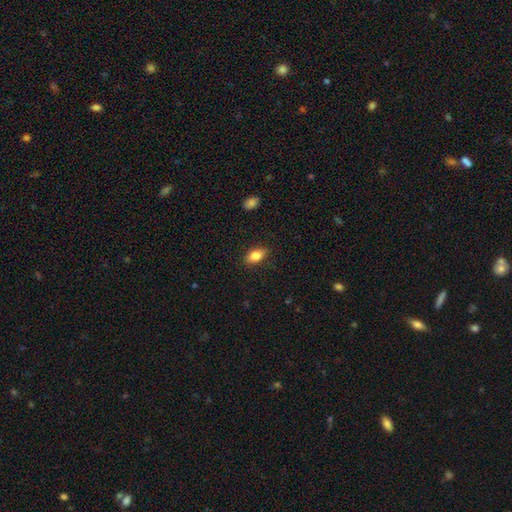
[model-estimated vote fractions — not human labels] Overall: smooth (84%). How rounded: in between (89%). Merging: none (87%).